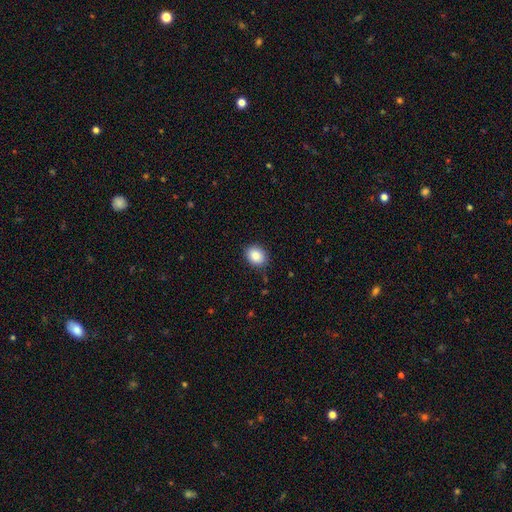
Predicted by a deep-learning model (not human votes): Smooth or featured? Predicted: smooth (p=0.87). How rounded? Predicted: in between (p=0.55). Merging? Predicted: none (p=0.87).